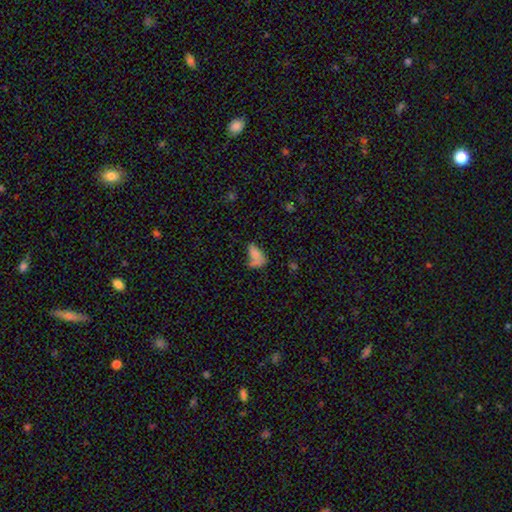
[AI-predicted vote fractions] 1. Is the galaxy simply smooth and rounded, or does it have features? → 70% smooth, 17% featured or disk, 13% star or artifact.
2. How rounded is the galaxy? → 87% in between, 7% cigar-shaped, 7% round.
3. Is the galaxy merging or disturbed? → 29% none, 26% major disturbance, 24% merger, 21% minor disturbance.